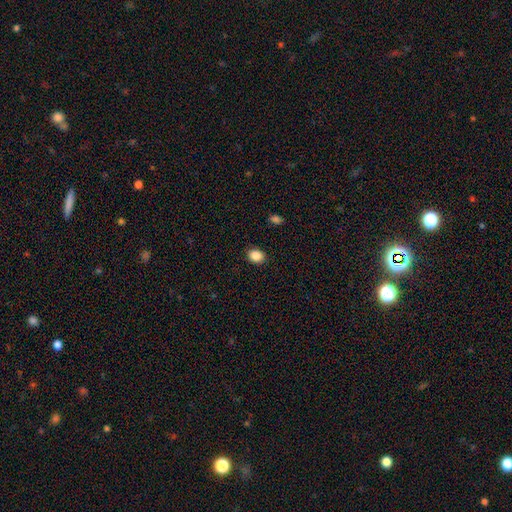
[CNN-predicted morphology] A smooth galaxy with no disk features (88%) that is in between round and cigar-shaped (50%).

Vote fractions:
- Smooth or featured? smooth: 88% / star or artifact: 9% / featured or disk: 3%
- How rounded? in between: 50% / round: 49% / cigar-shaped: 1%
- Merging? none: 88% / minor disturbance: 8% / major disturbance: 2% / merger: 1%